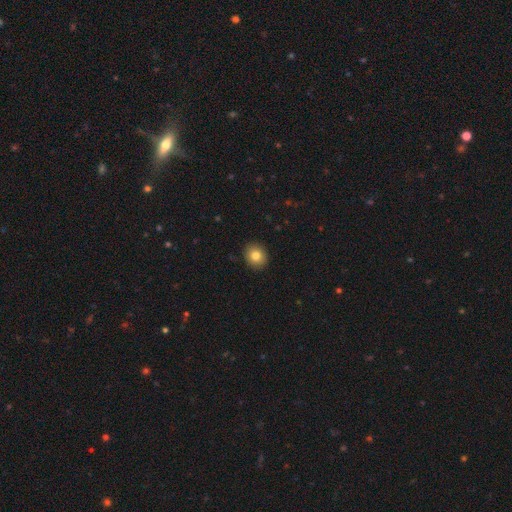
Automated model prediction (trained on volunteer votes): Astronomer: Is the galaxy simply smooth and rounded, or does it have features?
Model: smooth — 81%.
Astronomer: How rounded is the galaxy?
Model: round — 75%.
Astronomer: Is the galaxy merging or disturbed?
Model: none — 91%.